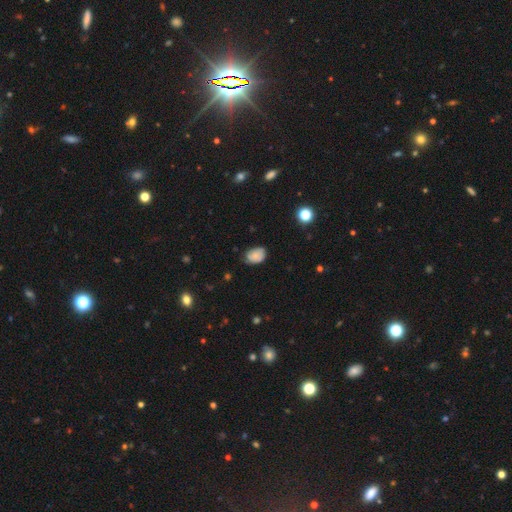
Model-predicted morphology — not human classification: type=smooth (72%); roundness=in between (79%); merging=none (63%).